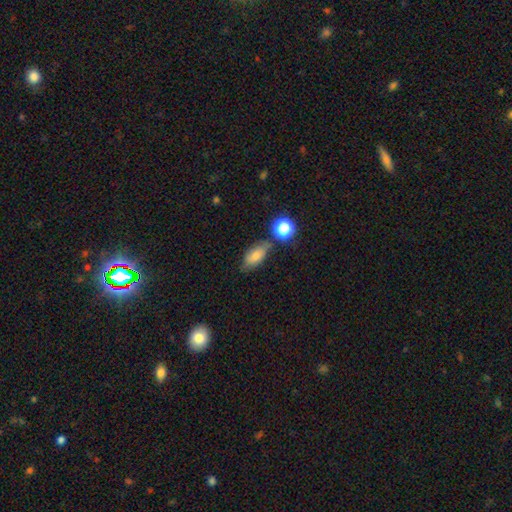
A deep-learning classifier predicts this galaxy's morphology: A smooth galaxy with no disk features (74%) that is in between round and cigar-shaped (83%). Merging: none (66%).